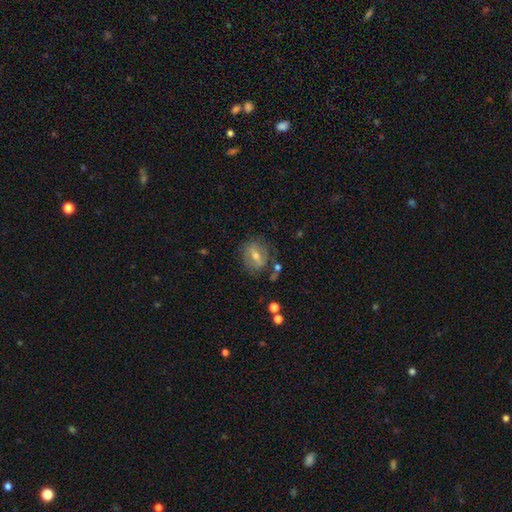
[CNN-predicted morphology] Smooth or featured? featured or disk (46%)
Merging? none (66%)